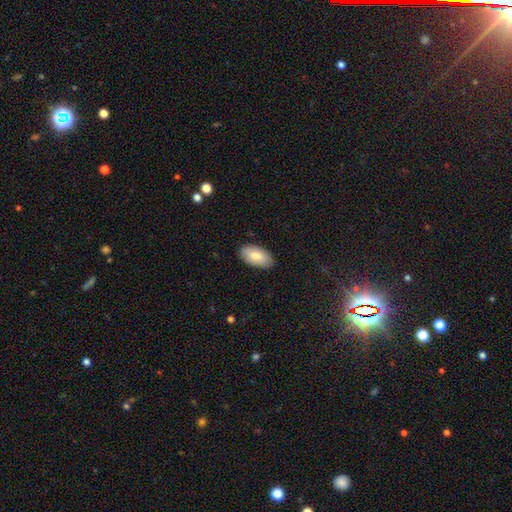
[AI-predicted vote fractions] smooth_or_featured: smooth (p=0.74) [alt: featured or disk p=0.20]
how_rounded: in between (p=0.95) [alt: round p=0.03]
merging: none (p=0.86) [alt: minor disturbance p=0.11]